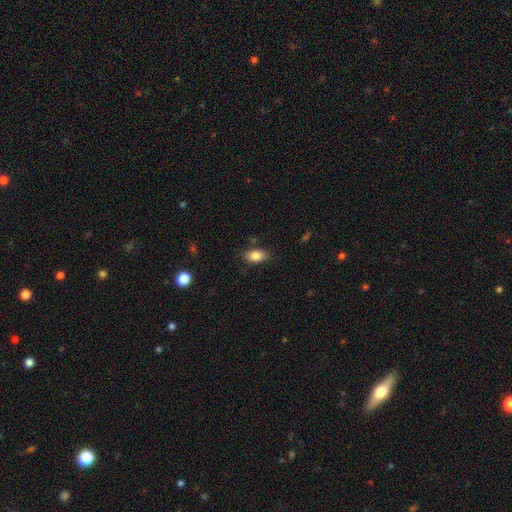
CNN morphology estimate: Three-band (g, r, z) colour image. It shows a smooth galaxy with no disk features (83%) that is in between round and cigar-shaped (89%). Merging: none (83%).